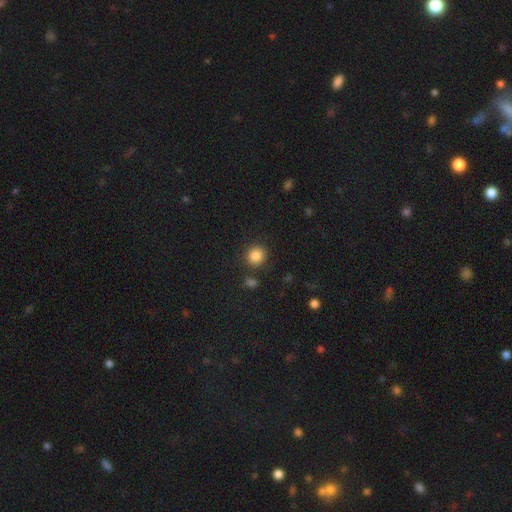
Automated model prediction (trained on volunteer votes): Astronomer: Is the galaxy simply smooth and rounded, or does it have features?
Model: smooth — 86%.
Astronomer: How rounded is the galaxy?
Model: round — 88%.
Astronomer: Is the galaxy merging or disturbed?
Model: none — 83%.